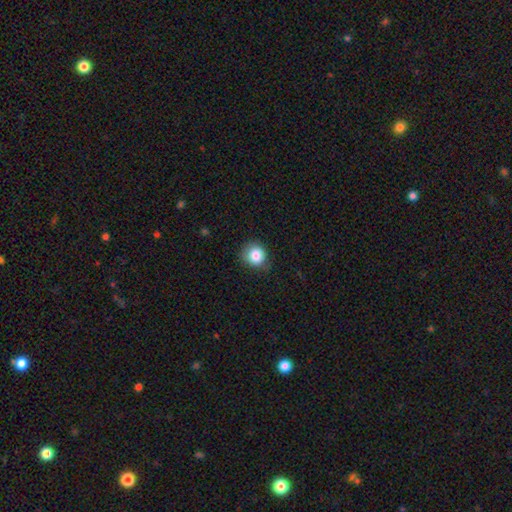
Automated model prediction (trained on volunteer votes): Smooth or featured? Predicted: smooth (p=0.83). How rounded? Predicted: round (p=0.84). Merging? Predicted: none (p=0.75).